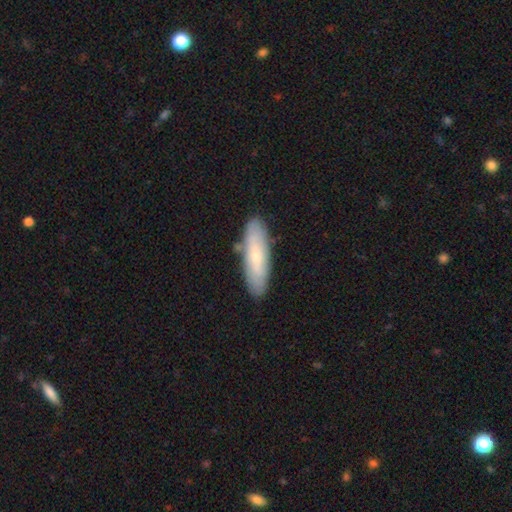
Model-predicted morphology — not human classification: Q: Smooth or featured?
A: smooth (65%); runner-up: featured or disk (29%)
Q: How rounded?
A: cigar-shaped (60%); runner-up: in between (38%)
Q: Merging?
A: none (83%); runner-up: minor disturbance (12%)